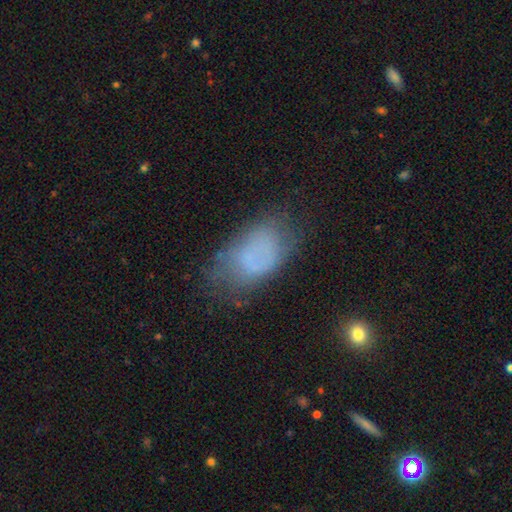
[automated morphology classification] Q: Smooth or featured?
A: smooth (61%); runner-up: featured or disk (28%)
Q: How rounded?
A: in between (91%); runner-up: round (7%)
Q: Merging?
A: none (50%); runner-up: minor disturbance (28%)